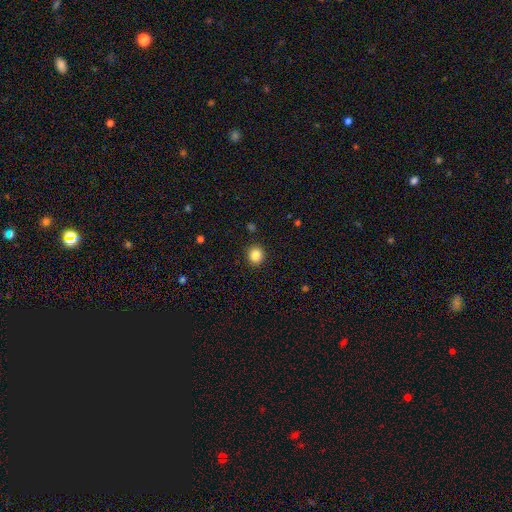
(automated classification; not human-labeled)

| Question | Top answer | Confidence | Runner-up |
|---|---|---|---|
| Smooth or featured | smooth | 85% | star or artifact (10%) |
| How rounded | round | 85% | in between (14%) |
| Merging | none | 91% | minor disturbance (6%) |